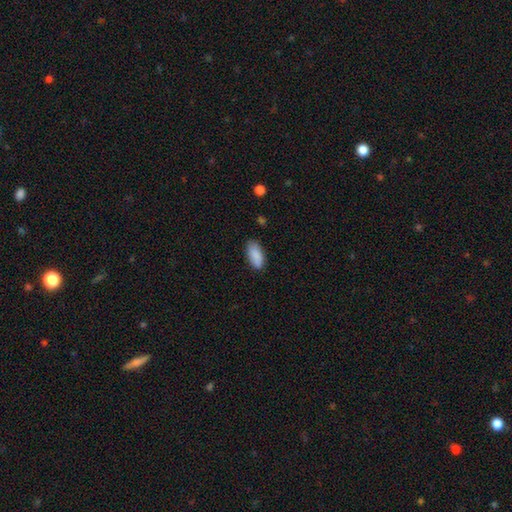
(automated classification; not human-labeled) Smooth or featured? smooth (88%)
How rounded? in between (88%)
Merging? none (80%)